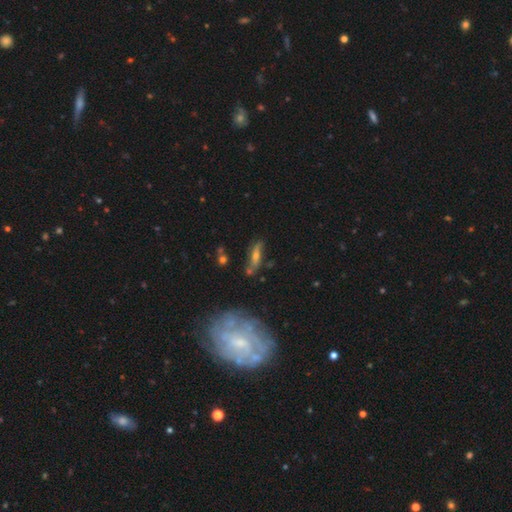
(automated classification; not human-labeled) This is possibly a featured or disk galaxy (59%). It is possibly viewed edge-on (54%). Merging: likely none (67%).